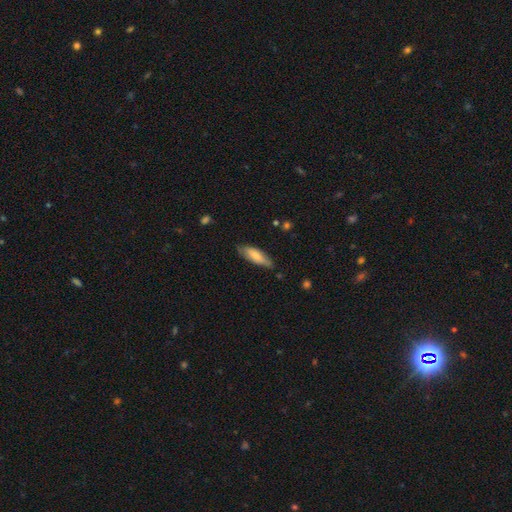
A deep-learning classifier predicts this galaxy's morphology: Smooth or featured? smooth (73%)
How rounded? in between (55%)
Merging? none (74%)